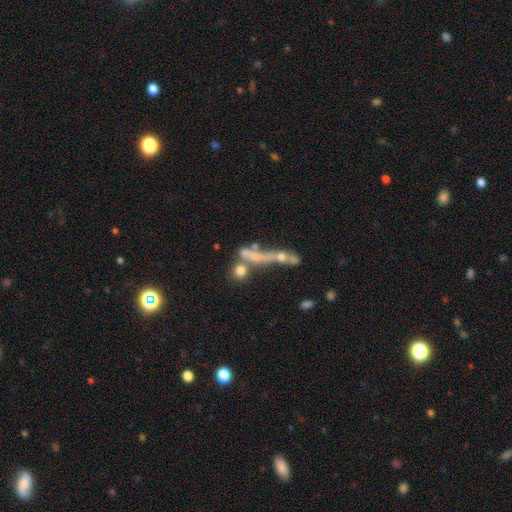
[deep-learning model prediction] featured or disk 45%, smooth 37%, star or artifact 18%. Down the decision tree: merging — merger (41%).